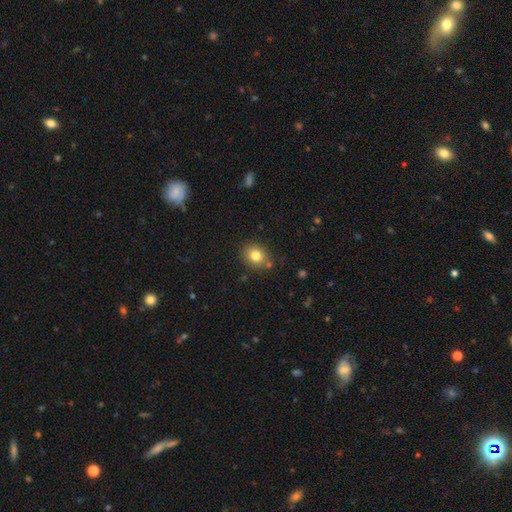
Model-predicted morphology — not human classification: Smooth or featured? Predicted: smooth (p=0.80). How rounded? Predicted: round (p=0.64). Merging? Predicted: none (p=0.80).